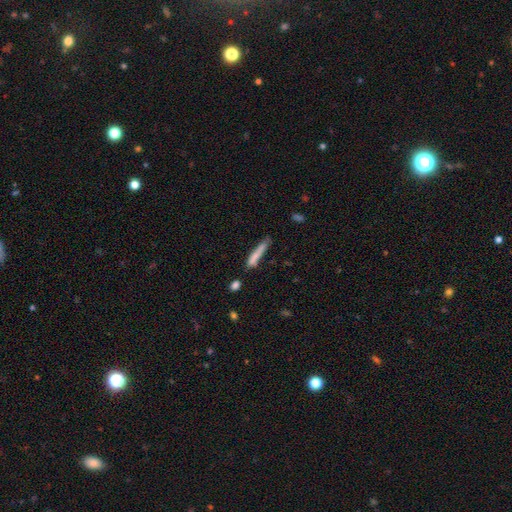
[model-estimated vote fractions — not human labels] This is likely a smooth galaxy (75%). How rounded: clearly cigar-shaped (92%). Merging: possibly none (58%).